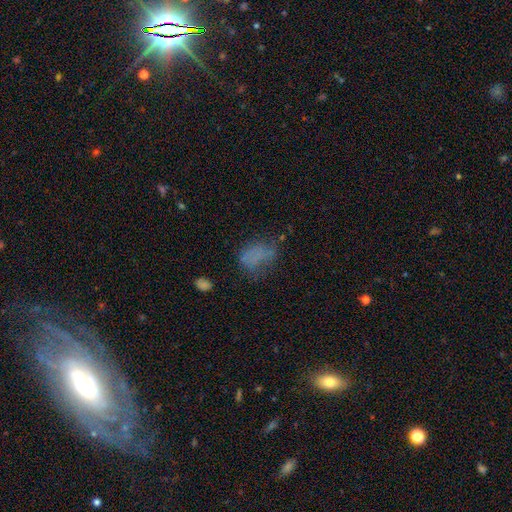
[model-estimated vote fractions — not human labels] Smooth or featured: smooth — 59% (featured or disk — 22%)
How rounded: in between — 74% (round — 24%)
Merging: none — 44% (major disturbance — 26%)